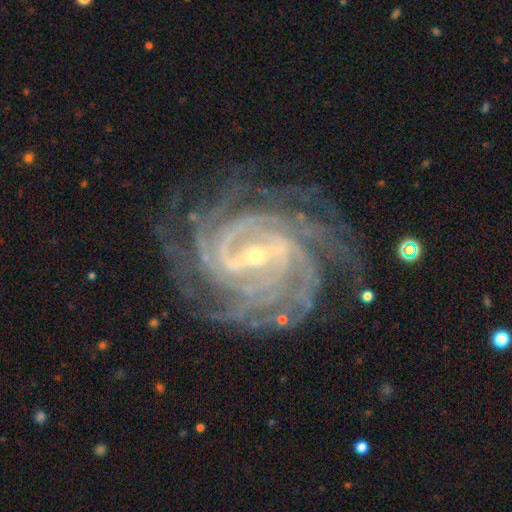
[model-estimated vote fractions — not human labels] Q: Smooth or featured?
A: featured or disk (93%); runner-up: star or artifact (4%)
Q: Edge-on disk?
A: no (98%); runner-up: yes (2%)
Q: Bar?
A: strong (59%); runner-up: weak (33%)
Q: Spiral arms?
A: yes (99%); runner-up: no (1%)
Q: Spiral winding?
A: tight (75%); runner-up: medium (22%)
Q: Spiral arm count?
A: 4 (34%); runner-up: more than 4 (23%)
Q: Bulge size?
A: small (72%); runner-up: moderate (25%)
Q: Merging?
A: none (78%); runner-up: minor disturbance (14%)